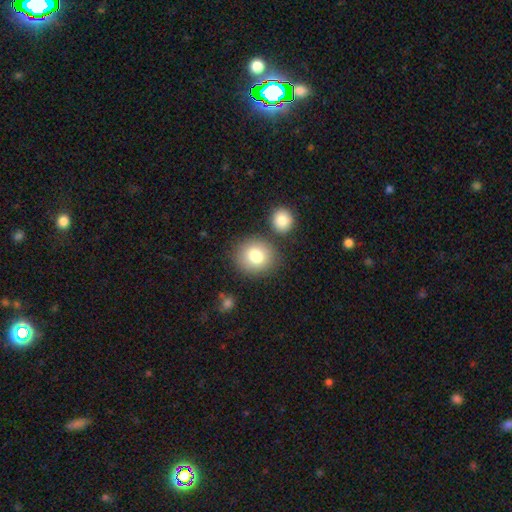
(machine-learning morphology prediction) This is clearly a smooth galaxy (80%). How rounded: clearly round (83%). Merging: likely none (77%).